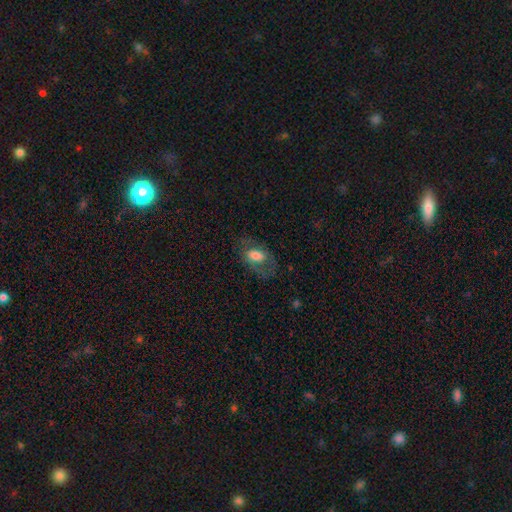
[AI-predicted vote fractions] A smooth galaxy with no disk features (59%) that is in between round and cigar-shaped (86%). Merging: none (61%).